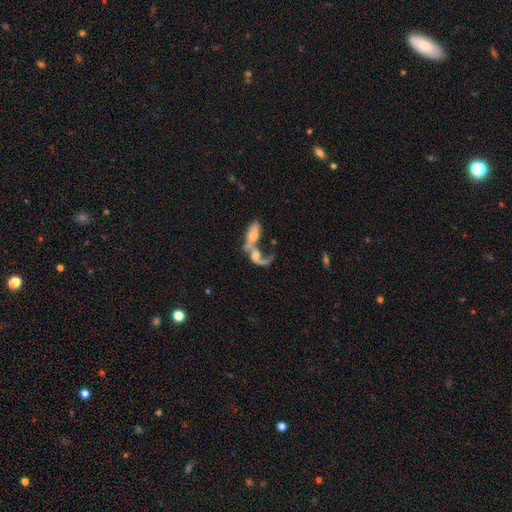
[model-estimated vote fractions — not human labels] Morphology: type=featured or disk (58%); edge-on=no (89%); bar=no (67%); spiral arms=yes (63%); bulge=moderate (39%); merging=merger (73%).